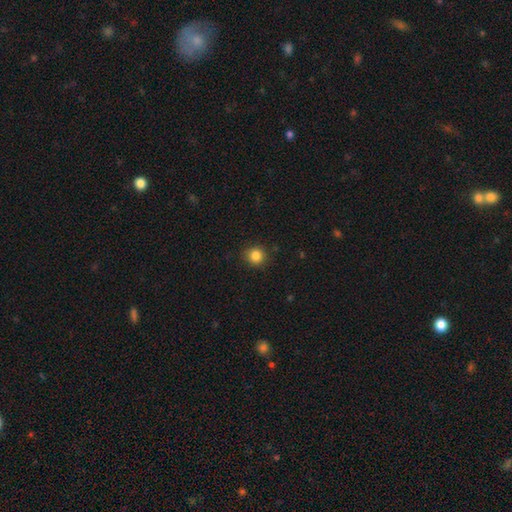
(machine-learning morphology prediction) A smooth galaxy with no disk features (85%) that is round (90%).

Vote fractions:
- Smooth or featured? smooth: 85% / star or artifact: 11% / featured or disk: 4%
- How rounded? round: 90% / in between: 9% / cigar-shaped: 1%
- Merging? none: 89% / minor disturbance: 8% / major disturbance: 2% / merger: 1%